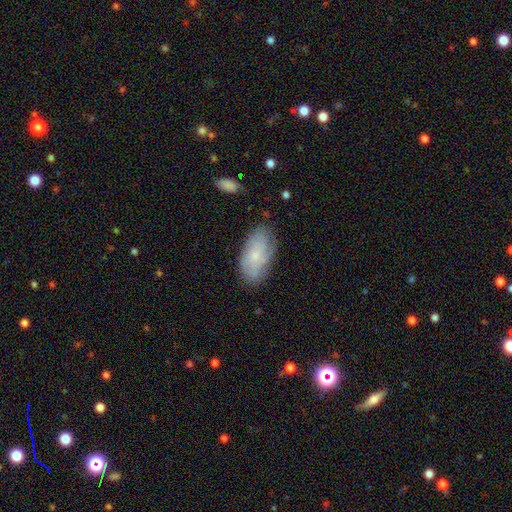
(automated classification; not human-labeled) A smooth galaxy with no disk features (52%) that is in between round and cigar-shaped (93%). Merging: none (75%).